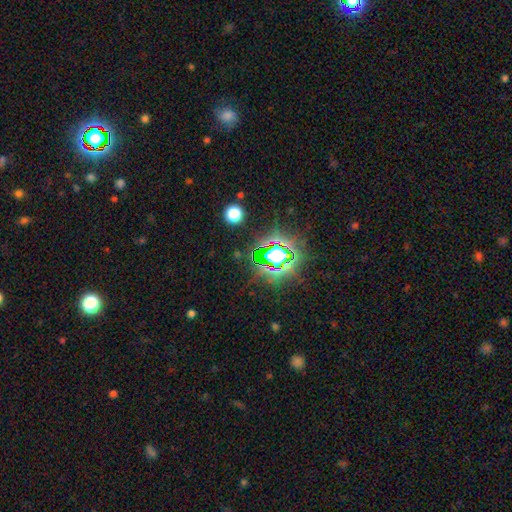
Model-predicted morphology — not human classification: smooth-or-featured: star or artifact: 79% | smooth: 13% | featured or disk: 8%